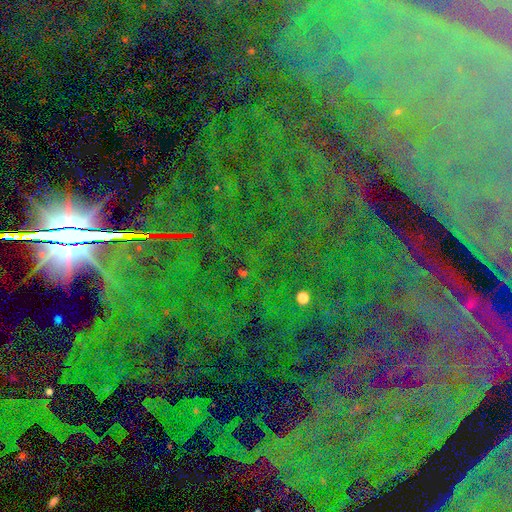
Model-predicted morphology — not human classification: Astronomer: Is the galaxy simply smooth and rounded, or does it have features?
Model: star or artifact — 85%.